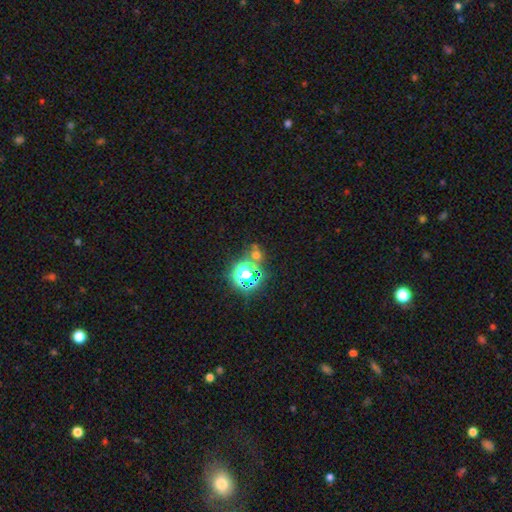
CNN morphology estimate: Smooth or featured? Predicted: star or artifact (p=0.56).